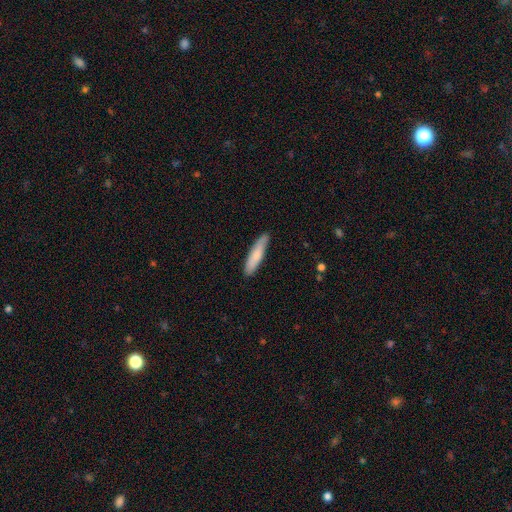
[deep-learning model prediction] This appears to be a smooth galaxy with no disk features (79%) that is cigar-shaped (83%). Merging: none (86%).